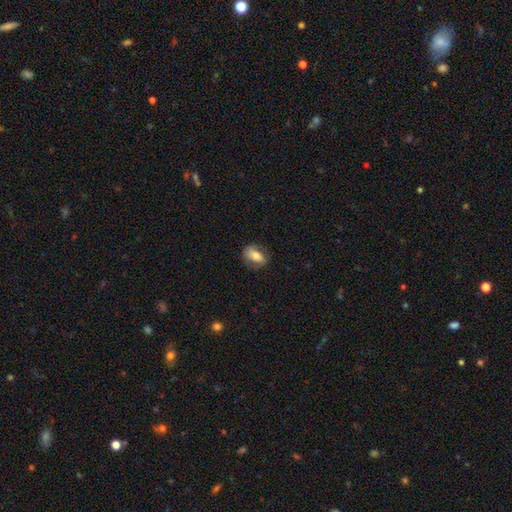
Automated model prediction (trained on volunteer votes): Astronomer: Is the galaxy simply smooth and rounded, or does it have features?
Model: smooth — 62%.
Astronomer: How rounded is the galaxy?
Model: in between — 77%.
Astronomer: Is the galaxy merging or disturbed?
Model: none — 73%.